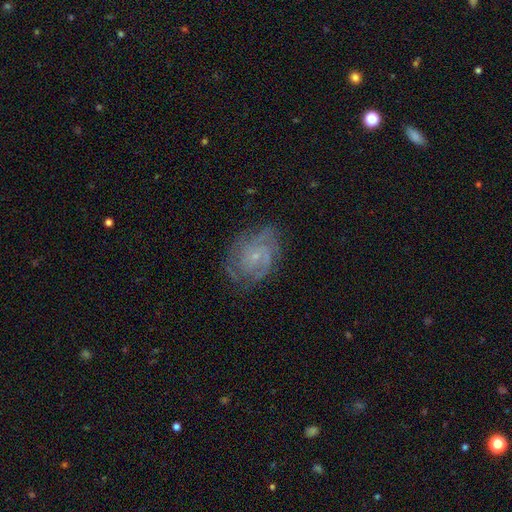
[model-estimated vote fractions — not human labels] This appears to be a featured or disk galaxy (76%) with no bar (69%), tight (59%) spiral arms (93%) and a small central bulge (77%). Merging: none (74%).